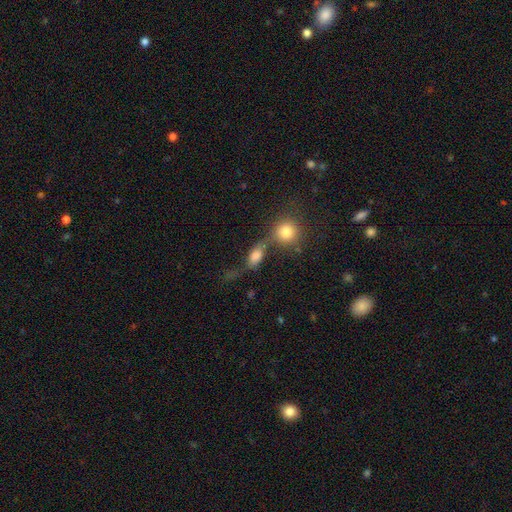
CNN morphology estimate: smooth_or_featured: smooth (p=0.67) [alt: featured or disk p=0.20]
how_rounded: in between (p=0.68) [alt: round p=0.22]
merging: merger (p=0.40) [alt: none p=0.31]